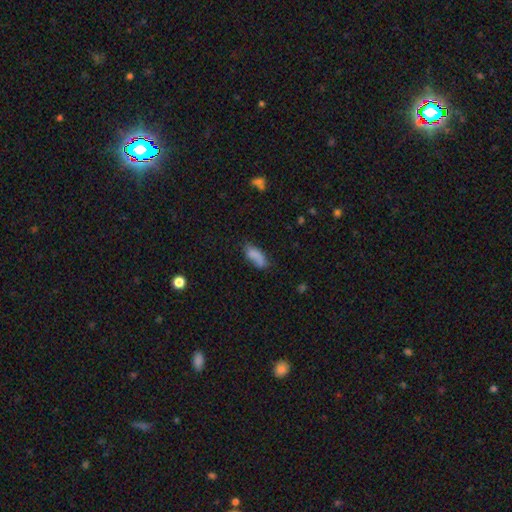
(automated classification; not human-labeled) Morphology: type=smooth (78%); roundness=in between (78%); merging=none (52%).